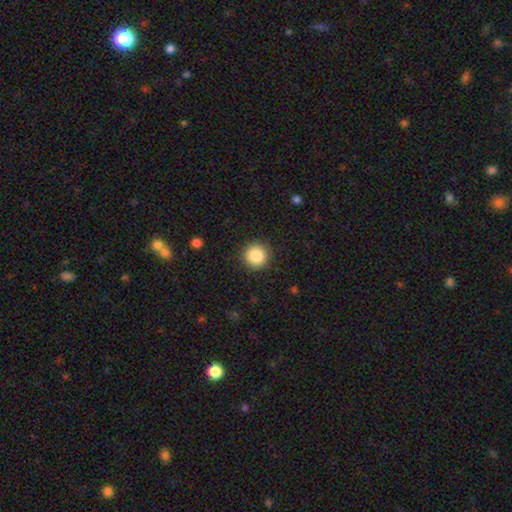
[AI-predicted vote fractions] The model was most divided on "smooth or featured": smooth: 87%, star or artifact: 9%, featured or disk: 4%. More confident: how rounded — round (95%); merging — none (91%).